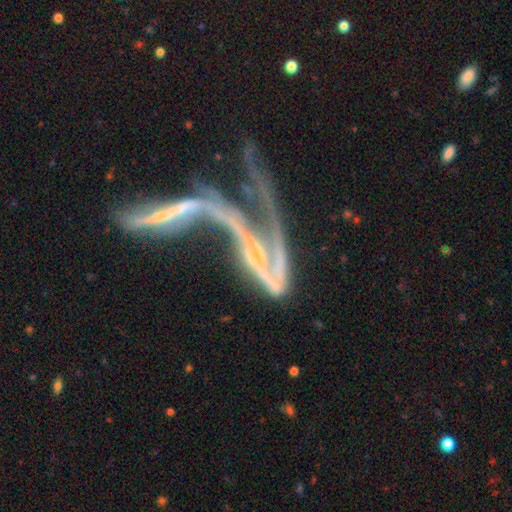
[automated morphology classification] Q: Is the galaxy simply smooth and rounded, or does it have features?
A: featured or disk — 66%.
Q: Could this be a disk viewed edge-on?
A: no — 81%.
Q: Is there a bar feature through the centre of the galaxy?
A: no — 62%.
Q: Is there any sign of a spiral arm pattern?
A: yes — 60%.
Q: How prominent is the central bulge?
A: none — 37%.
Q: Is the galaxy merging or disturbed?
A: major disturbance — 35%.